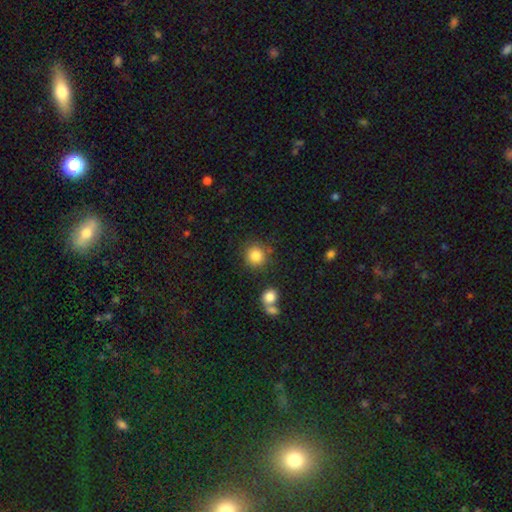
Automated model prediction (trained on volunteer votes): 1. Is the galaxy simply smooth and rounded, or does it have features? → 84% smooth, 10% star or artifact, 6% featured or disk.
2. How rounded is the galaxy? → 91% round, 9% in between, 1% cigar-shaped.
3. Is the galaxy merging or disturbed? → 80% none, 9% minor disturbance, 7% merger, 4% major disturbance.